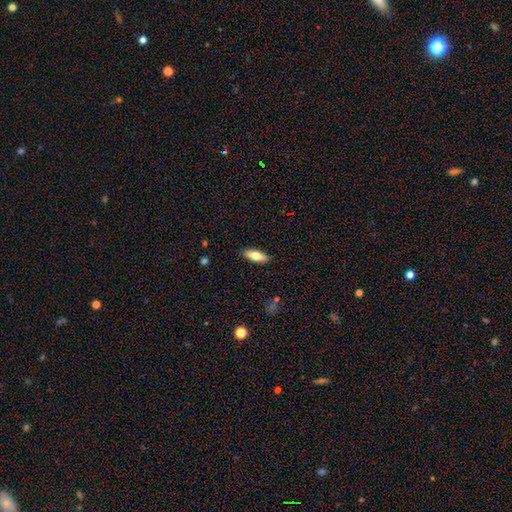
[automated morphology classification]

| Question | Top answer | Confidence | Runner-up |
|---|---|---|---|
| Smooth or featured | smooth | 71% | featured or disk (23%) |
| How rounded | in between | 67% | cigar-shaped (30%) |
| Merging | none | 88% | minor disturbance (9%) |